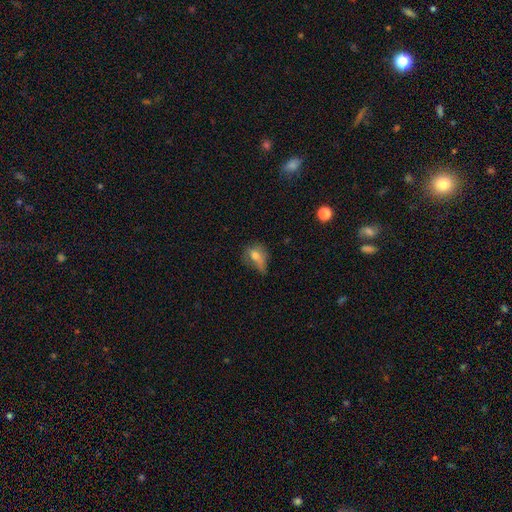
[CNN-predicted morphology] smooth-or-featured: smooth: 62% | featured or disk: 25% | star or artifact: 13%
  how-rounded: in between: 65% | round: 30% | cigar-shaped: 6%
  merging: minor disturbance: 32% (tied) | major disturbance: 32% (tied) | none: 31% | merger: 5%